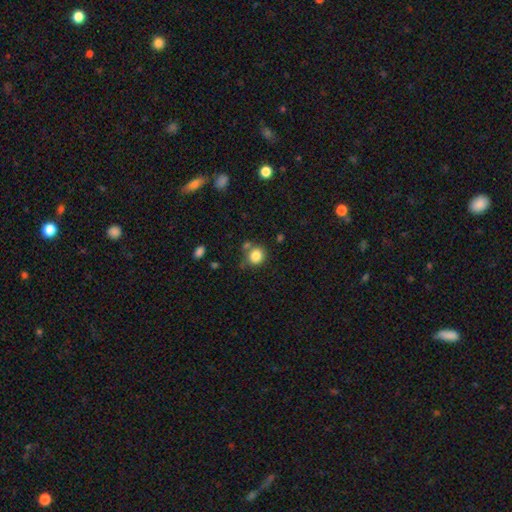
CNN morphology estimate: A smooth galaxy with no disk features (84%) that is round (84%). Merging: none (70%).